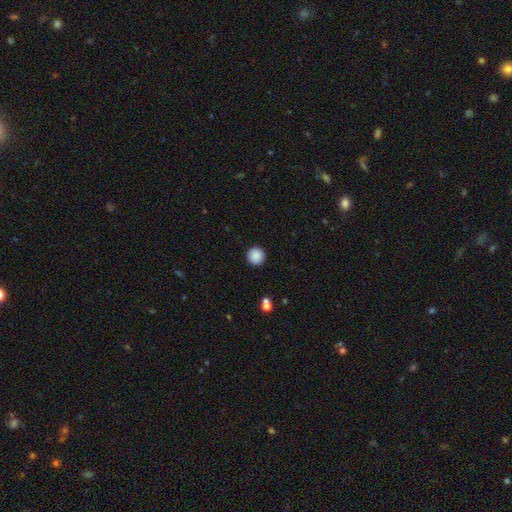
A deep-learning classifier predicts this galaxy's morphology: The model was most divided on "smooth or featured": smooth: 88%, star or artifact: 9%, featured or disk: 3%. More confident: how rounded — round (96%); merging — none (93%).